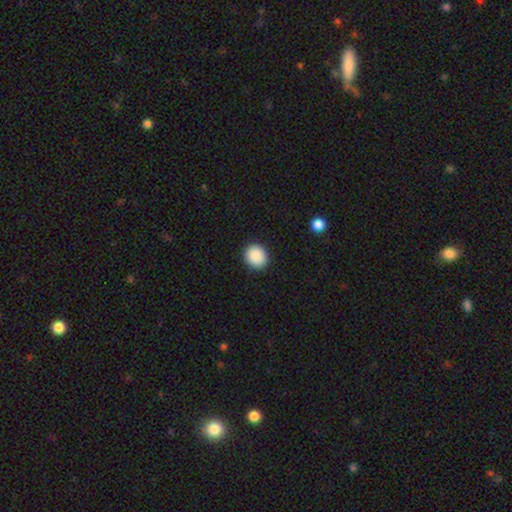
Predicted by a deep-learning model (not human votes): Morphology: type=smooth (89%); roundness=round (83%); merging=none (91%).